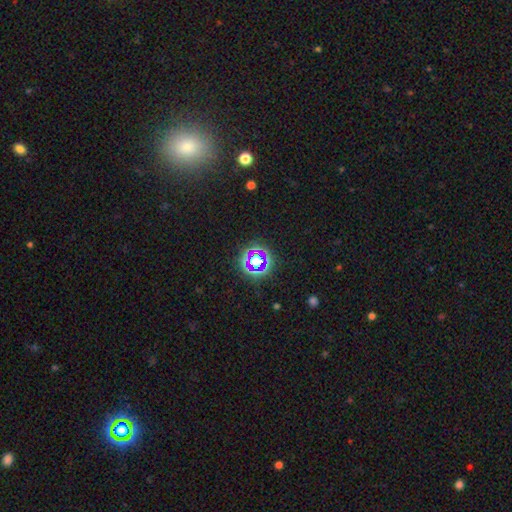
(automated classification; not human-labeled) Morphology: type=star or artifact (64%).